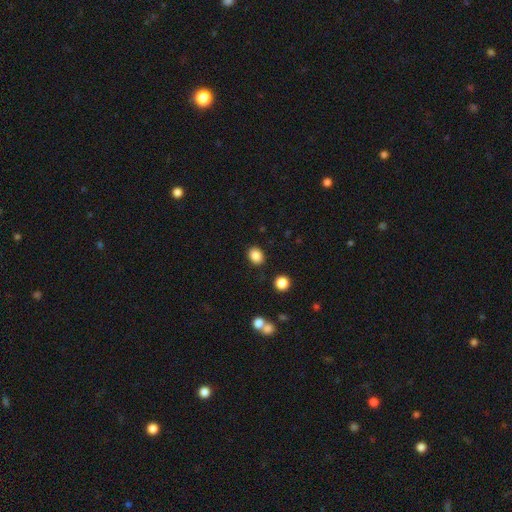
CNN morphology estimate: Smooth or featured? Predicted: smooth (p=0.86). How rounded? Predicted: in between (p=0.54). Merging? Predicted: none (p=0.87).